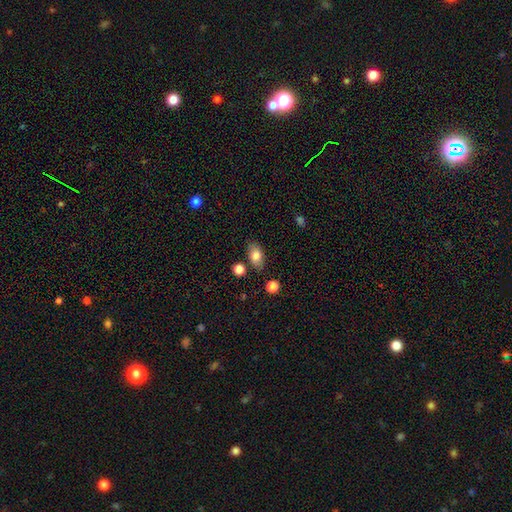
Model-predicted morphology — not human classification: Q: Smooth or featured?
A: smooth (80%); runner-up: featured or disk (12%)
Q: How rounded?
A: in between (88%); runner-up: round (9%)
Q: Merging?
A: none (80%); runner-up: minor disturbance (13%)